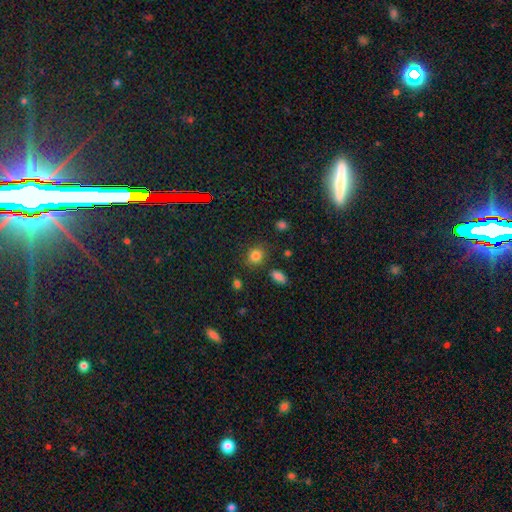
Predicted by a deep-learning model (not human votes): This is clearly a smooth galaxy (81%). How rounded: likely round (72%). Merging: likely none (79%).